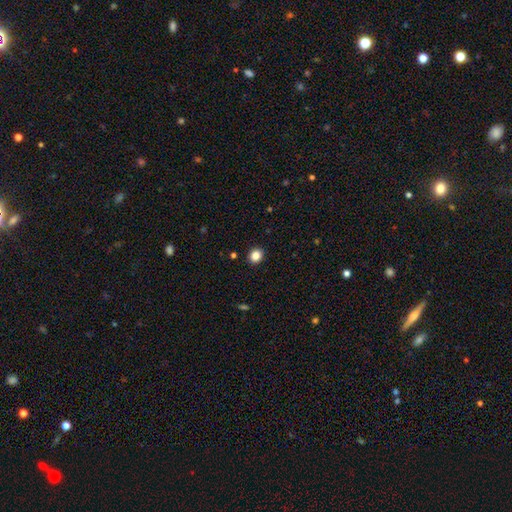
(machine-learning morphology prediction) This appears to be a smooth galaxy with no disk features (85%) that is round (69%). Merging: none (91%).